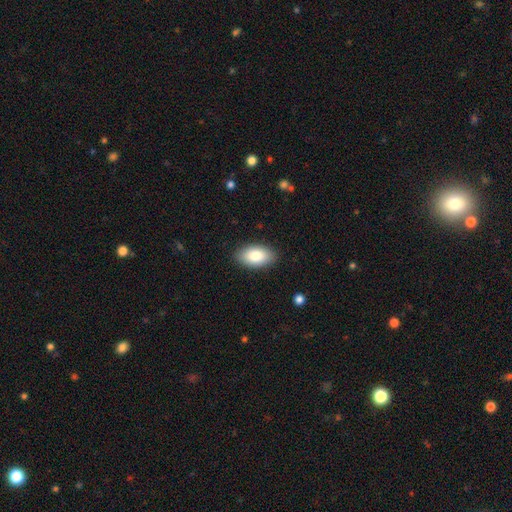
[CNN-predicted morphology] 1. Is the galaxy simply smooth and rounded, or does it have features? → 83% smooth, 10% featured or disk, 6% star or artifact.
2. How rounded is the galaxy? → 94% in between, 3% round, 2% cigar-shaped.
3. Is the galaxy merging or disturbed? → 88% none, 9% minor disturbance, 2% major disturbance, 1% merger.